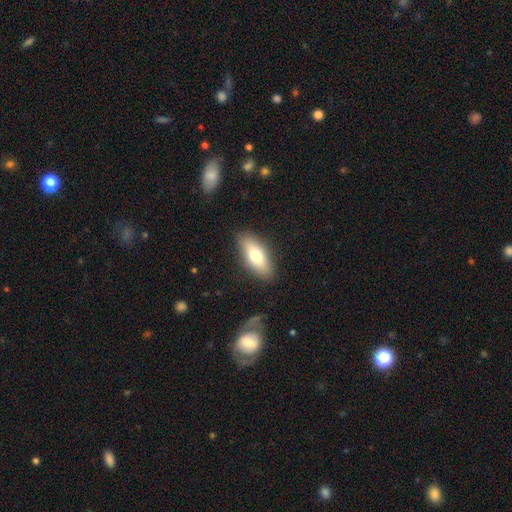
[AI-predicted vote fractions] smooth-or-featured: smooth: 72% | featured or disk: 22% | star or artifact: 6%
  how-rounded: in between: 74% | cigar-shaped: 23% | round: 3%
  merging: none: 86% | minor disturbance: 10% | major disturbance: 2% | merger: 1%